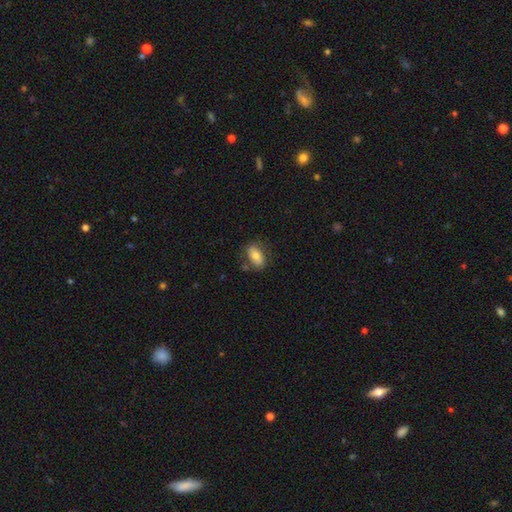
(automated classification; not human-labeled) A smooth galaxy with no disk features (73%) that is in between round and cigar-shaped (88%).

Vote fractions:
- Smooth or featured? smooth: 73% / featured or disk: 20% / star or artifact: 7%
- How rounded? in between: 88% / round: 8% / cigar-shaped: 4%
- Merging? none: 71% / minor disturbance: 18% / major disturbance: 6% / merger: 5%